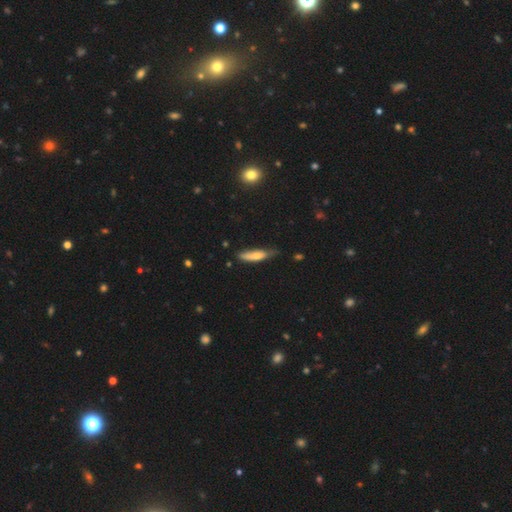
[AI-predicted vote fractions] This appears to be a smooth galaxy with no disk features (63%) that is cigar-shaped (72%). Merging: none (59%).